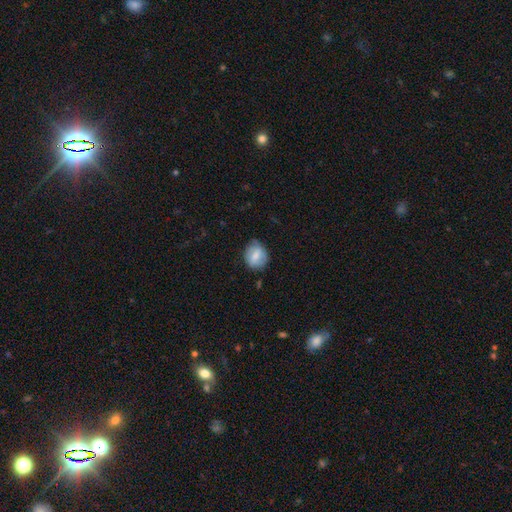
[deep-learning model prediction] Smooth or featured? Predicted: smooth (p=0.66). How rounded? Predicted: round (p=0.57). Merging? Predicted: none (p=0.69).